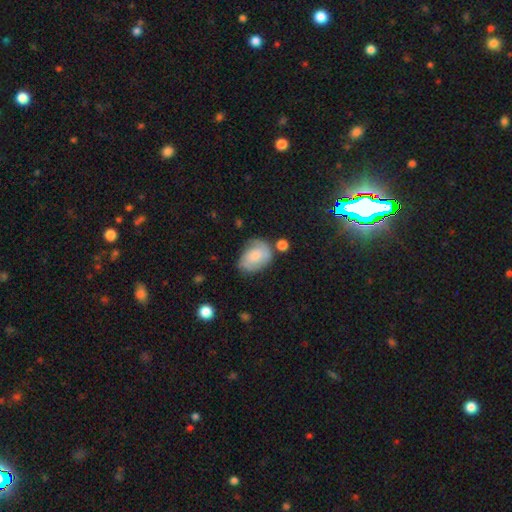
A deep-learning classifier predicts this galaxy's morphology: A smooth galaxy with no disk features (54%) that is in between round and cigar-shaped (75%).

Vote fractions:
- Smooth or featured? smooth: 54% / featured or disk: 39% / star or artifact: 7%
- How rounded? in between: 75% / round: 24% / cigar-shaped: 1%
- Merging? none: 54% / minor disturbance: 29% / major disturbance: 10% / merger: 7%